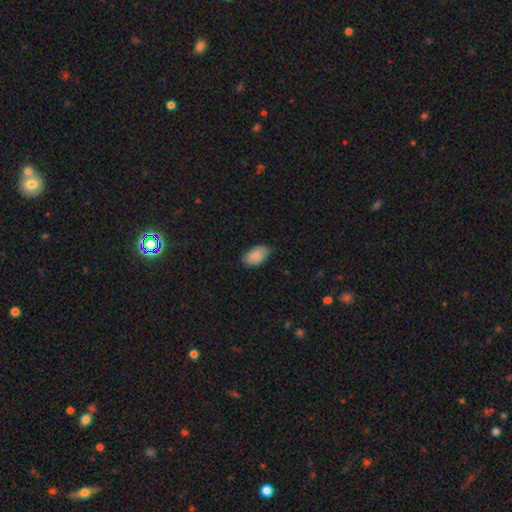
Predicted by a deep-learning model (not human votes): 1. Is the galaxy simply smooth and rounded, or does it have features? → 88% smooth, 6% star or artifact, 6% featured or disk.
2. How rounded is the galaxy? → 94% in between, 5% round, 1% cigar-shaped.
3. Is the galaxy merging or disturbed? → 78% none, 18% minor disturbance, 3% major disturbance, 1% merger.